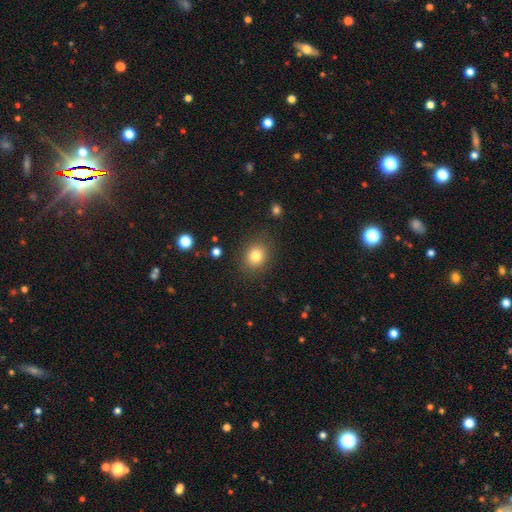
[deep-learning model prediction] Smooth or featured? Predicted: smooth (p=0.81). How rounded? Predicted: round (p=0.67). Merging? Predicted: none (p=0.86).